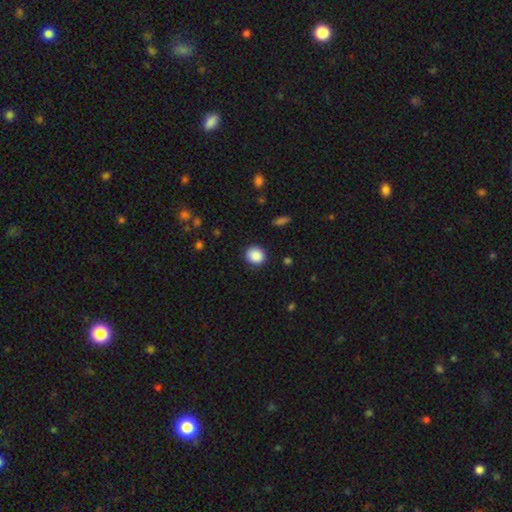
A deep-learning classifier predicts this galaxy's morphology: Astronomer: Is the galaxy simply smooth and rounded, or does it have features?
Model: smooth — 89%.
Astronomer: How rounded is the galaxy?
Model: round — 79%.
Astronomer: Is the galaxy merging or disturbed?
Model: none — 89%.